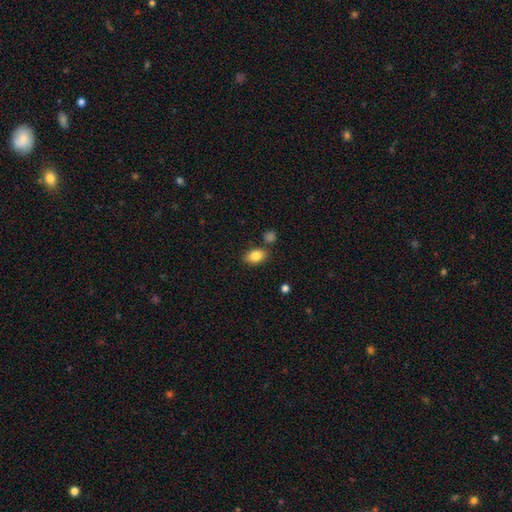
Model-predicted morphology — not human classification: A smooth galaxy with no disk features (83%) that is in between round and cigar-shaped (83%).

Vote fractions:
- Smooth or featured? smooth: 83% / star or artifact: 8% / featured or disk: 8%
- How rounded? in between: 83% / round: 15% / cigar-shaped: 2%
- Merging? none: 80% / minor disturbance: 12% / merger: 6% / major disturbance: 3%